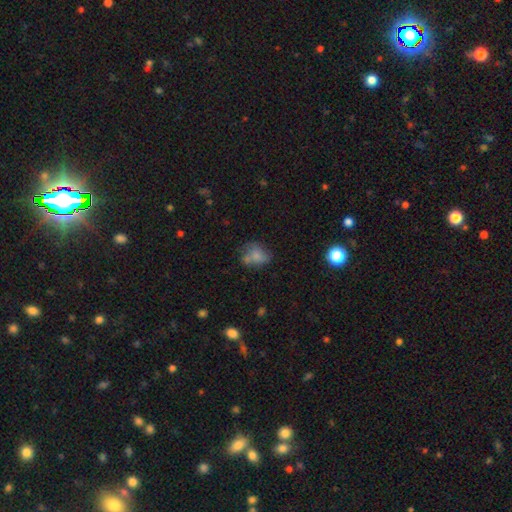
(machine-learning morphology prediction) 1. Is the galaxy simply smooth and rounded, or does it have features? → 66% smooth, 22% featured or disk, 12% star or artifact.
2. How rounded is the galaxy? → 58% in between, 40% round, 2% cigar-shaped.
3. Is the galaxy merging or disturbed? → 41% none, 24% minor disturbance, 20% merger, 15% major disturbance.